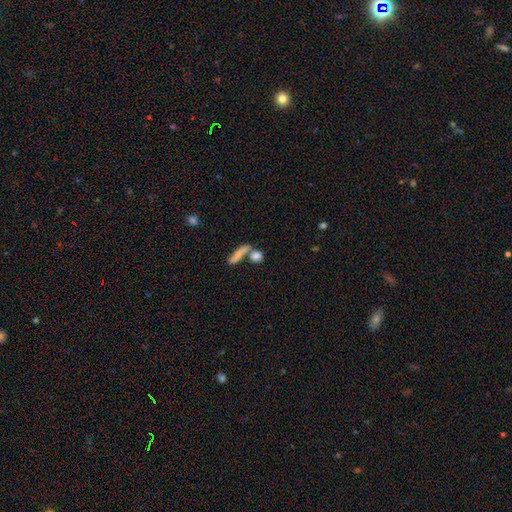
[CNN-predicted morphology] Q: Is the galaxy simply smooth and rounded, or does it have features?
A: smooth — 77%.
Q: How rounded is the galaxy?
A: round — 46%.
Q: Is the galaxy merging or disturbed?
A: none — 48%.